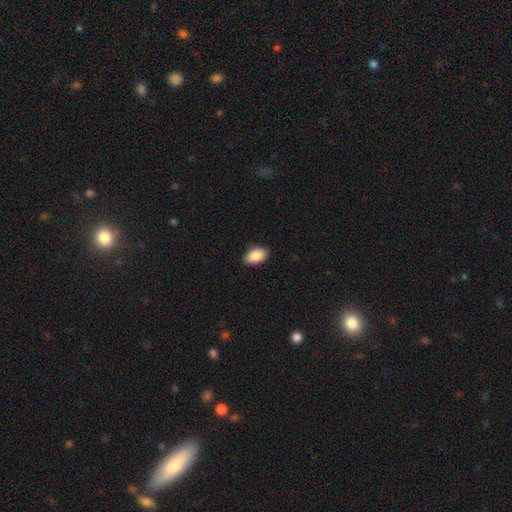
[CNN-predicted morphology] Smooth or featured? smooth (89%)
How rounded? in between (92%)
Merging? none (89%)